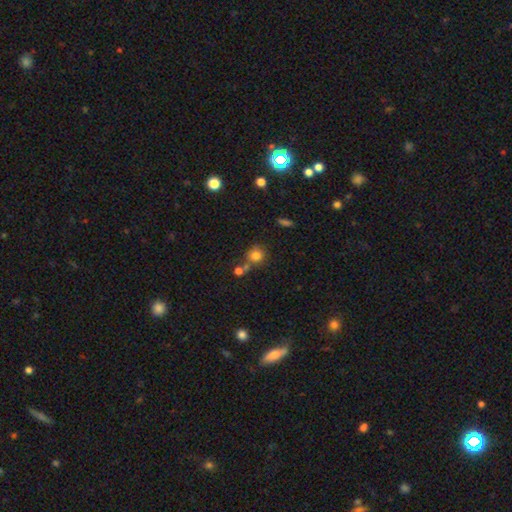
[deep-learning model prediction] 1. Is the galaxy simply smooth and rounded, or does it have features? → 79% smooth, 13% star or artifact, 9% featured or disk.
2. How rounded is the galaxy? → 87% round, 12% in between, 1% cigar-shaped.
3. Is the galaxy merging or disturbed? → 58% none, 25% merger, 12% minor disturbance, 5% major disturbance.